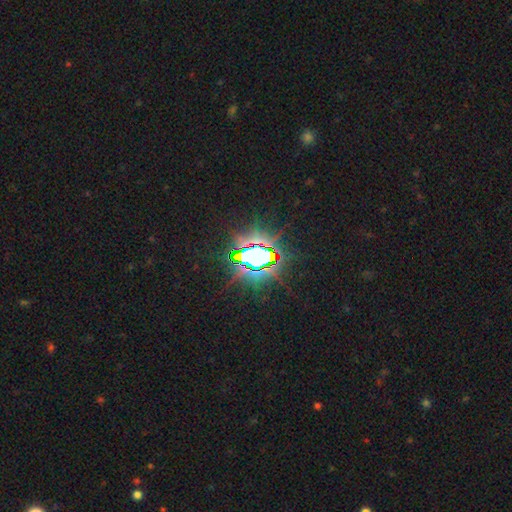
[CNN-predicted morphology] The model was most divided on "smooth or featured": star or artifact: 79%, smooth: 11%, featured or disk: 10%.